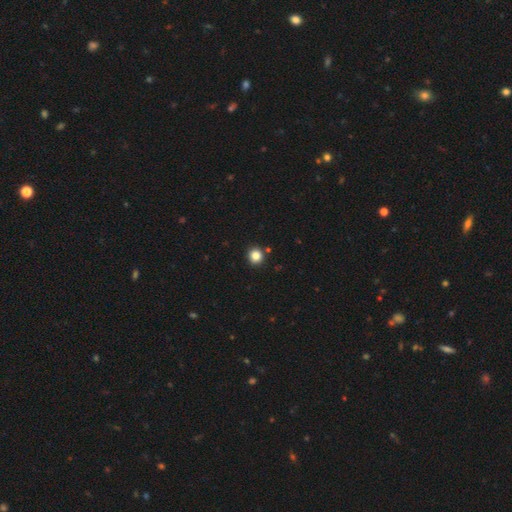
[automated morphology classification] smooth-or-featured: smooth: 84% | star or artifact: 12% | featured or disk: 4%
  how-rounded: round: 91% | in between: 9% | cigar-shaped: 1%
  merging: none: 90% | minor disturbance: 6% | merger: 3% | major disturbance: 2%